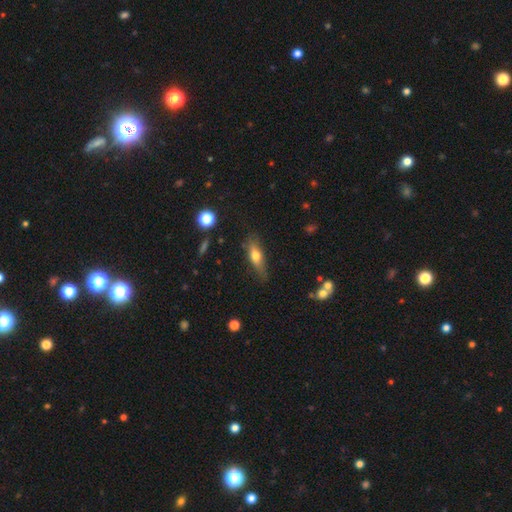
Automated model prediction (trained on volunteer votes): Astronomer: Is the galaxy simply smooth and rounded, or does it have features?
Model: smooth — 57% (runner-up: featured or disk, 35%).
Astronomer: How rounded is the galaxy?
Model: in between — 49% (runner-up: cigar-shaped, 47%).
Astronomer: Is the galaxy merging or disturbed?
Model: none — 73%.